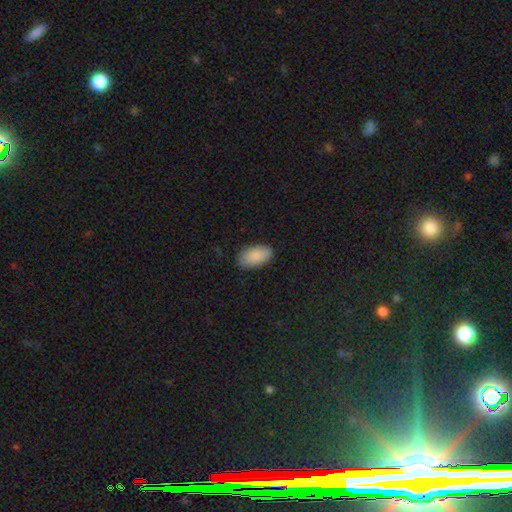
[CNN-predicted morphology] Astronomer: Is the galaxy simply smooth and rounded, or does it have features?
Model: smooth — 89%.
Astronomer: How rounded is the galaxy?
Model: in between — 95%.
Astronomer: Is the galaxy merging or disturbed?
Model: none — 86%.